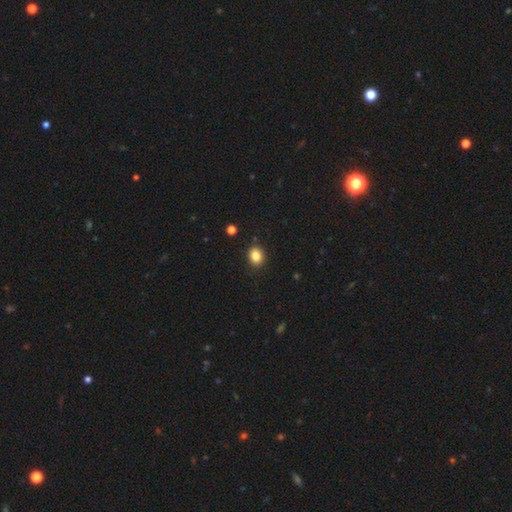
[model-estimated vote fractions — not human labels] This is clearly a smooth galaxy (85%). How rounded: possibly round (51%). Merging: clearly none (87%).